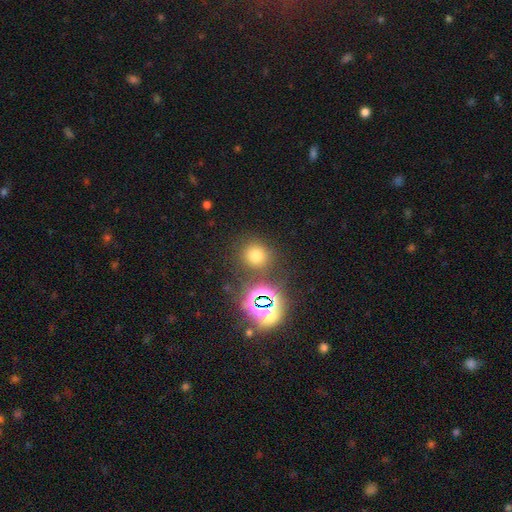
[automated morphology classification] Q: Smooth or featured?
A: smooth (65%); runner-up: star or artifact (27%)
Q: How rounded?
A: round (87%); runner-up: in between (12%)
Q: Merging?
A: none (79%); runner-up: minor disturbance (9%)